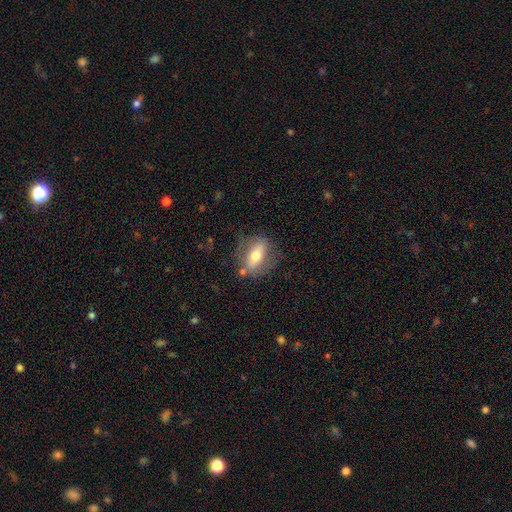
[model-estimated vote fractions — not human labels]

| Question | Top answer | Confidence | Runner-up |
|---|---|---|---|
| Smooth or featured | smooth | 50% | featured or disk (43%) |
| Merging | none | 69% | minor disturbance (18%) |